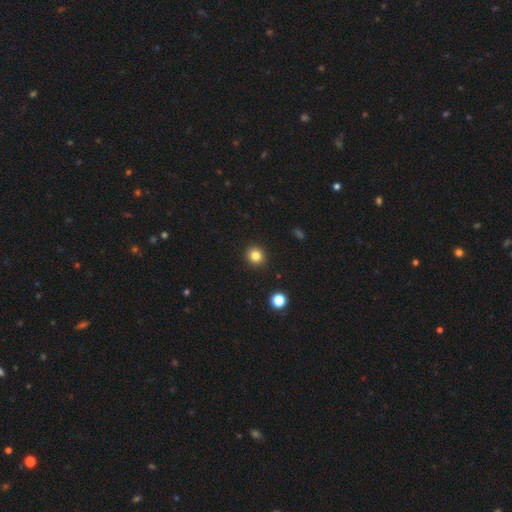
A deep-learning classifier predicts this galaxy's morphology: This appears to be a smooth galaxy with no disk features (83%) that is round (88%). Merging: none (92%).